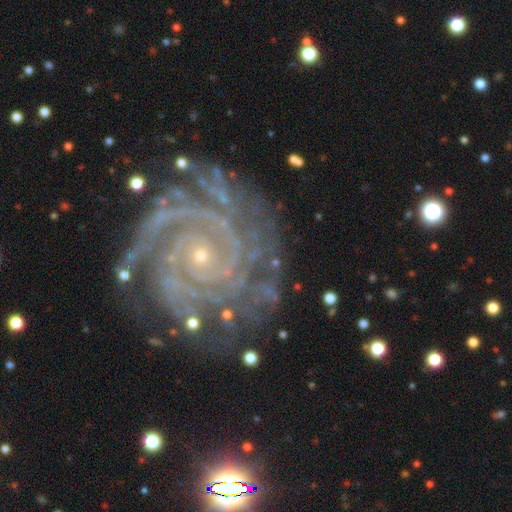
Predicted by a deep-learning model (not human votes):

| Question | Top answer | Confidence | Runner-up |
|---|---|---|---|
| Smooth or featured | featured or disk | 92% | star or artifact (6%) |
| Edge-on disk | no | 98% | yes (2%) |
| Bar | no | 74% | weak (17%) |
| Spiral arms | yes | 99% | no (1%) |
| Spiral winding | tight | 85% | medium (13%) |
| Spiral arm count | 2 | 30% | 3 (22%) |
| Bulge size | small | 84% | moderate (12%) |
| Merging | none | 75% | minor disturbance (17%) |